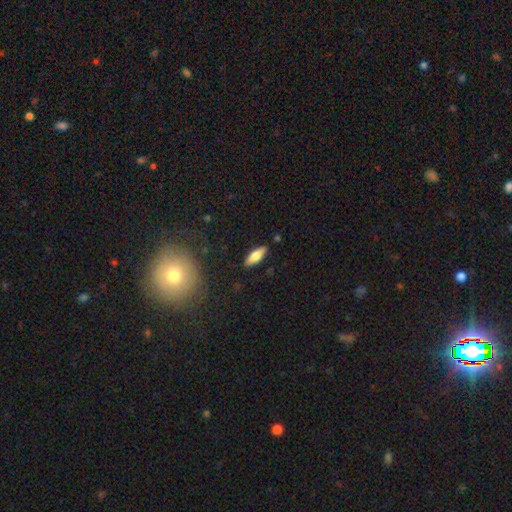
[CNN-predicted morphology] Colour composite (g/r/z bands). It shows a smooth galaxy with no disk features (73%) that is in between round and cigar-shaped (63%). Merging: none (86%).